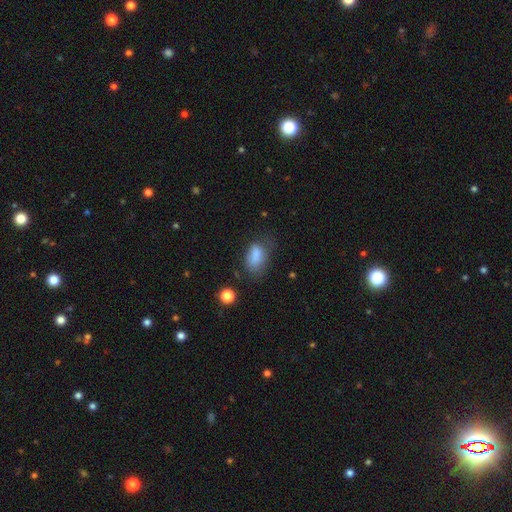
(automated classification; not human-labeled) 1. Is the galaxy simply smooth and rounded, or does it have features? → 79% smooth, 11% star or artifact, 10% featured or disk.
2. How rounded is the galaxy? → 87% in between, 9% round, 4% cigar-shaped.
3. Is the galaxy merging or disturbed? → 47% none, 31% minor disturbance, 18% major disturbance, 4% merger.